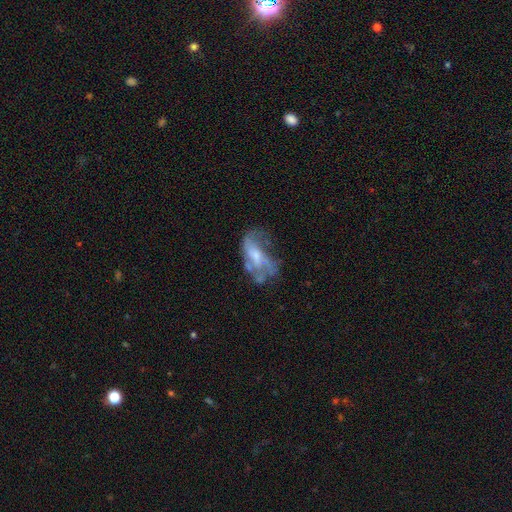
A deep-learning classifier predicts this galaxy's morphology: A featured or disk galaxy (65%) with no bar (59%), spiral arms (50%, tied with no) and a small central bulge (38%). Merging: major disturbance (35%).